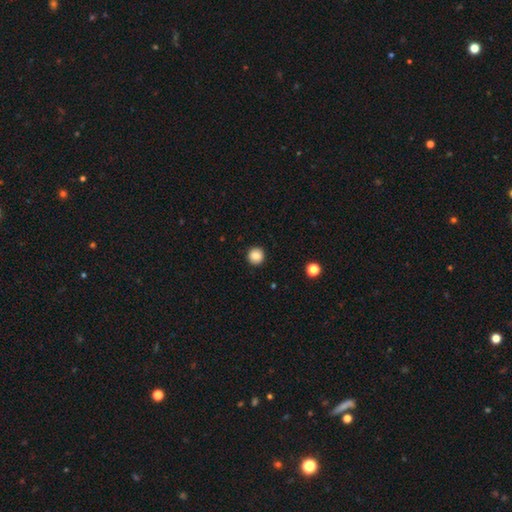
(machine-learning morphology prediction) Smooth or featured: smooth — 87% (star or artifact — 9%)
How rounded: round — 94% (in between — 5%)
Merging: none — 92% (minor disturbance — 5%)